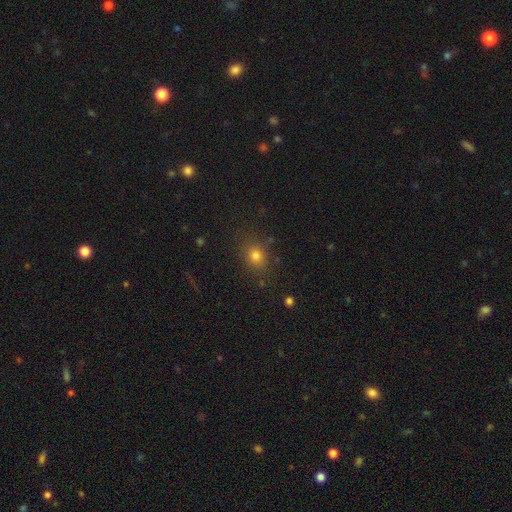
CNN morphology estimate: Smooth or featured: smooth — 77% (star or artifact — 15%)
How rounded: round — 60% (in between — 39%)
Merging: none — 80% (minor disturbance — 13%)